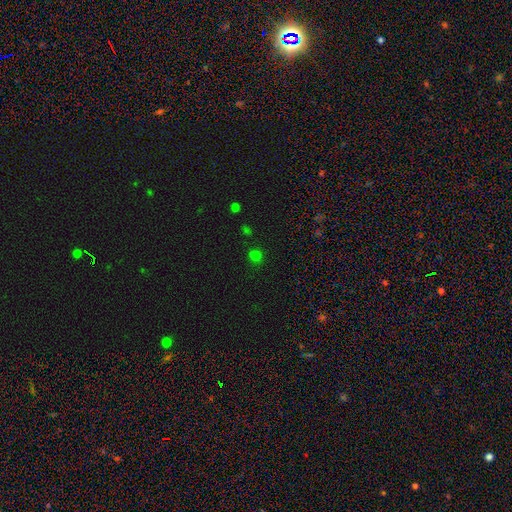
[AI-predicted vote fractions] smooth_or_featured: smooth (p=0.62) [alt: star or artifact p=0.33]
how_rounded: round (p=0.79) [alt: in between p=0.20]
merging: none (p=0.77) [alt: minor disturbance p=0.13]